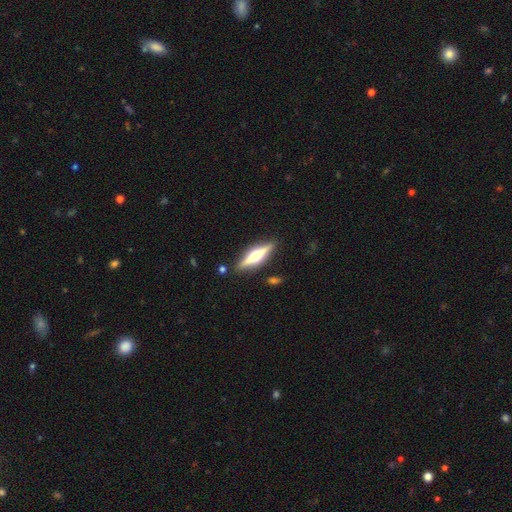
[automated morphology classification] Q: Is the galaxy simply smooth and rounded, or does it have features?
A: featured or disk — 68%.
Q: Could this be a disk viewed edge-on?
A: yes — 96%.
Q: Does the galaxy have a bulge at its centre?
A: rounded — 88%.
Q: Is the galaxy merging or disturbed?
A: none — 87%.